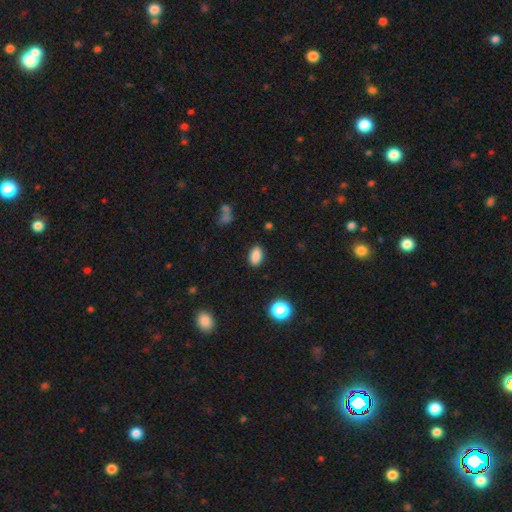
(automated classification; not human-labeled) Smooth or featured?
  - smooth: 86% *
  - star or artifact: 10%
  - featured or disk: 4%
How rounded?
  - in between: 88% *
  - round: 10%
  - cigar-shaped: 2%
Merging?
  - none: 86% *
  - minor disturbance: 9%
  - major disturbance: 3%
  - merger: 1%